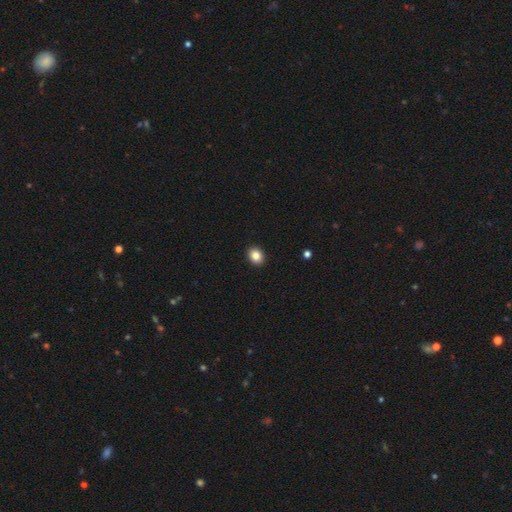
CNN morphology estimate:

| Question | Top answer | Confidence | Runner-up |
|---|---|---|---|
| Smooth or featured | smooth | 85% | star or artifact (9%) |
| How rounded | in between | 52% | round (47%) |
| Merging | none | 92% | minor disturbance (5%) |